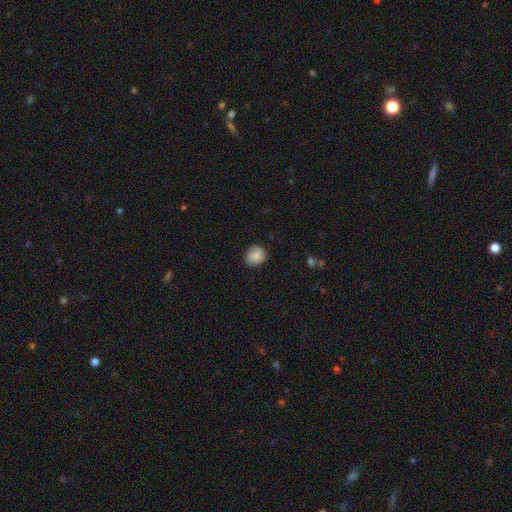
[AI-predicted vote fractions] This is clearly a smooth galaxy (86%). How rounded: likely round (73%). Merging: clearly none (84%).